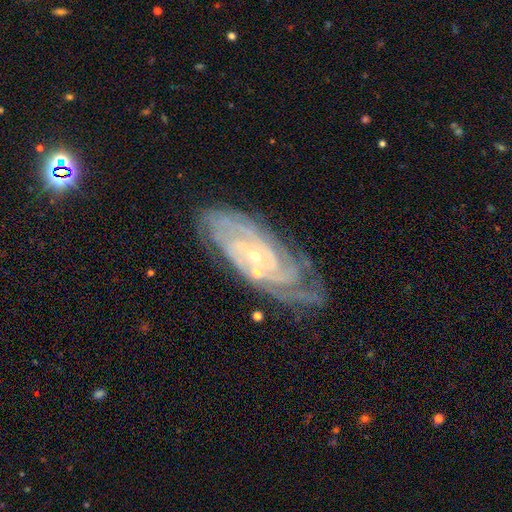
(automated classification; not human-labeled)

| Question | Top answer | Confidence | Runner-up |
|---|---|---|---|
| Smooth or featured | featured or disk | 89% | star or artifact (6%) |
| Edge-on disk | no | 94% | yes (6%) |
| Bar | no | 70% | weak (22%) |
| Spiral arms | yes | 98% | no (2%) |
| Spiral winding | tight | 77% | medium (19%) |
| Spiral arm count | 4 | 26% | 3 (22%) |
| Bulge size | small | 76% | moderate (21%) |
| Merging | none | 69% | minor disturbance (20%) |